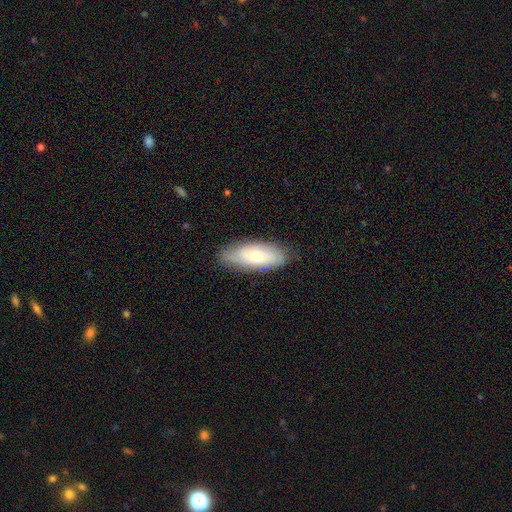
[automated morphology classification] Overall: smooth (49%; featured or disk 44%). Merging: none (80%).